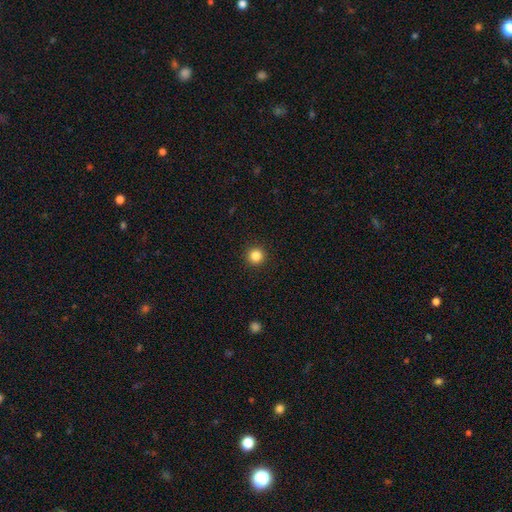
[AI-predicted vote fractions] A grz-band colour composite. It shows a smooth galaxy with no disk features (84%) that is round (96%). Merging: none (93%).